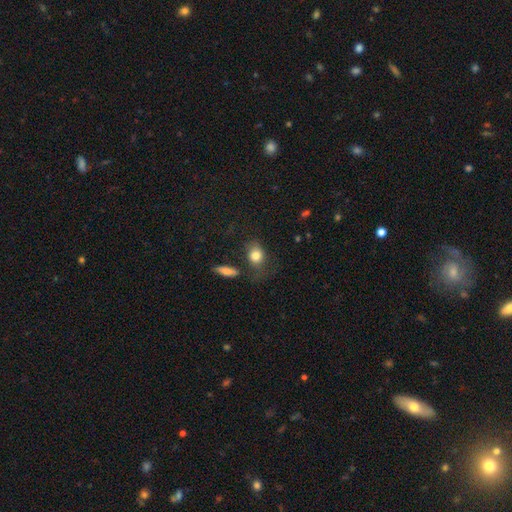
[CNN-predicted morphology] type=smooth (81%); roundness=in between (59%); merging=none (58%).